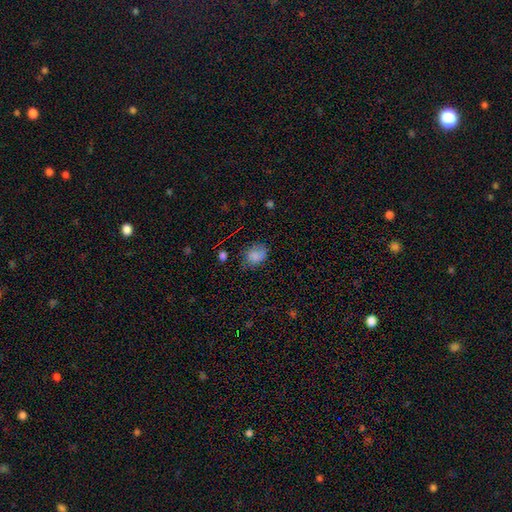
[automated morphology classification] This is likely a smooth galaxy (79%). How rounded: likely in between (60%). Merging: likely none (62%).